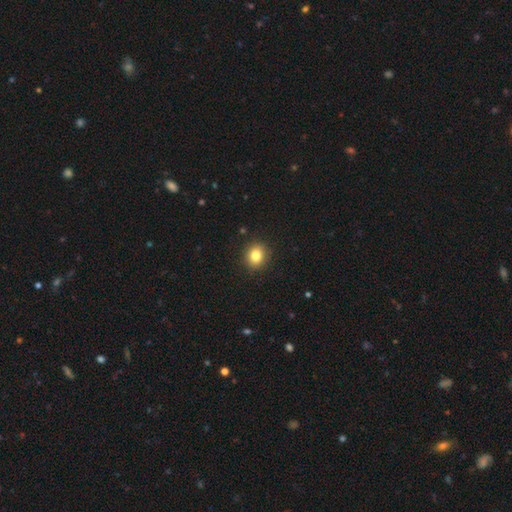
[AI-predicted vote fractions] smooth_or_featured: smooth (p=0.82) [alt: star or artifact p=0.11]
how_rounded: round (p=0.76) [alt: in between p=0.23]
merging: none (p=0.90) [alt: minor disturbance p=0.07]